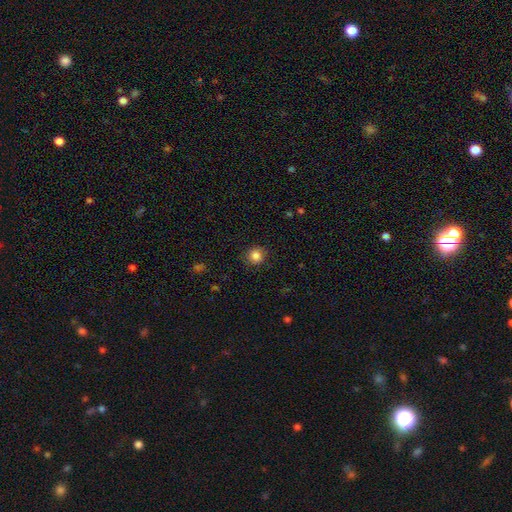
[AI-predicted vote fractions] The model was most divided on "smooth or featured": smooth: 85%, star or artifact: 11%, featured or disk: 4%. More confident: how rounded — round (91%); merging — none (88%).